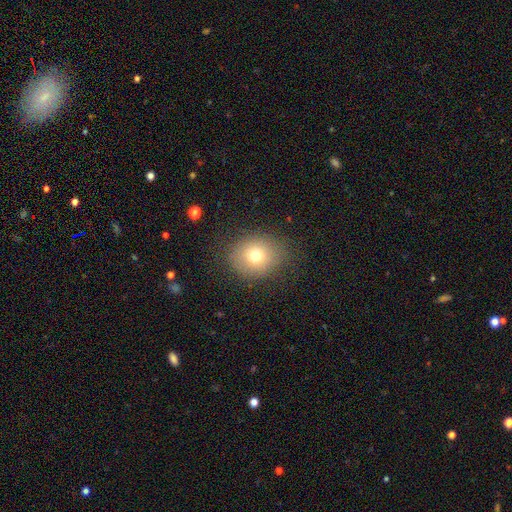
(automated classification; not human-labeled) smooth_or_featured: smooth (p=0.73) [alt: featured or disk p=0.14]
how_rounded: round (p=0.66) [alt: in between p=0.33]
merging: none (p=0.81) [alt: minor disturbance p=0.13]